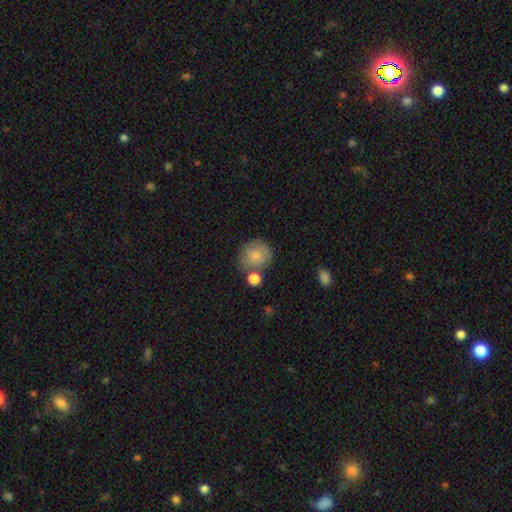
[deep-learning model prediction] smooth_or_featured: smooth (p=0.81) [alt: featured or disk p=0.12]
how_rounded: round (p=0.88) [alt: in between p=0.11]
merging: none (p=0.61) [alt: merger p=0.19]